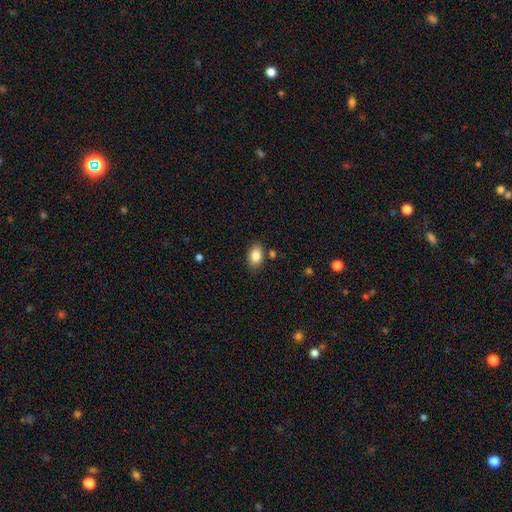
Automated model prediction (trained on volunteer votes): Q: Smooth or featured?
A: smooth (83%); runner-up: featured or disk (9%)
Q: How rounded?
A: in between (87%); runner-up: round (11%)
Q: Merging?
A: none (81%); runner-up: minor disturbance (12%)